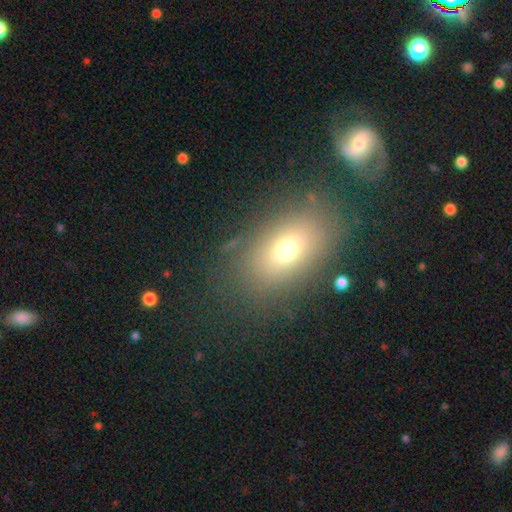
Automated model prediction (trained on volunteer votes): smooth-or-featured: smooth: 62% | featured or disk: 20% | star or artifact: 18%
  how-rounded: in between: 80% | round: 18% | cigar-shaped: 2%
  merging: none: 74% | minor disturbance: 11% | merger: 10% | major disturbance: 5%